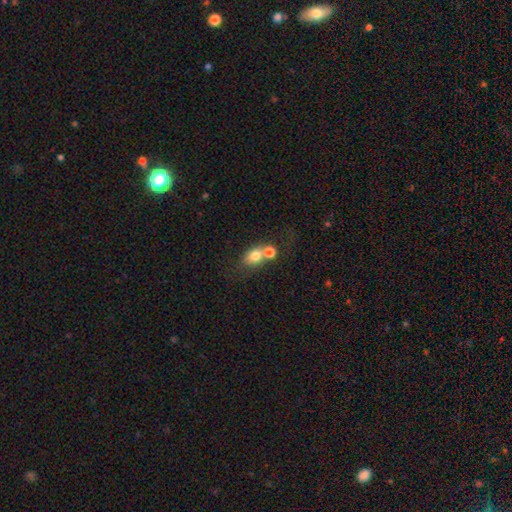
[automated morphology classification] This appears to be a smooth galaxy with no disk features (75%) that is in between round and cigar-shaped (58%). Merging: merger (48%).